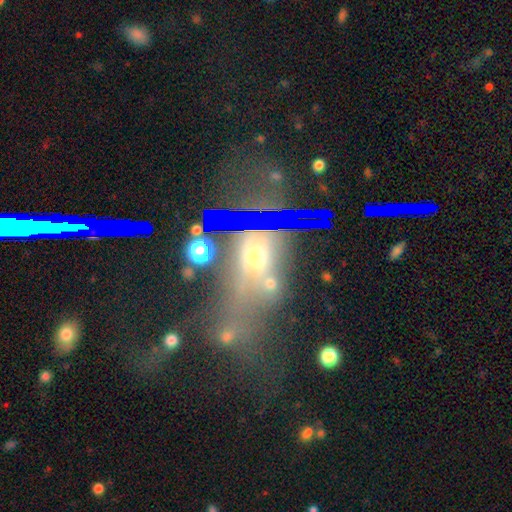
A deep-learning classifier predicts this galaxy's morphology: Smooth or featured? smooth (37%)
Merging? none (52%)